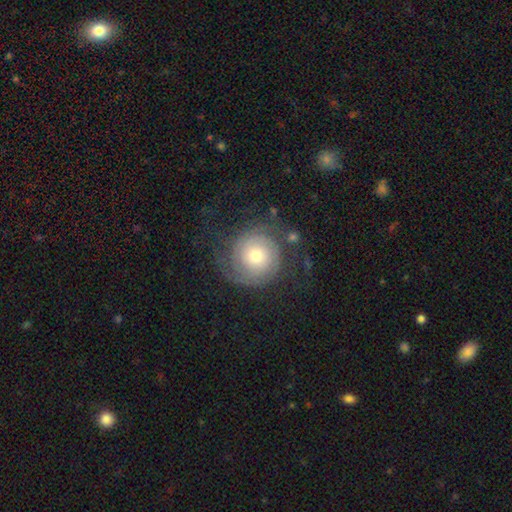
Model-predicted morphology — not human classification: A featured or disk galaxy (69%) with no bar (80%), 2 (63%) tight (58%) spiral arms (91%) and a moderate central bulge (61%).

Vote fractions:
- Smooth or featured? featured or disk: 69% / smooth: 23% / star or artifact: 8%
- Edge-on disk? no: 98% / yes: 2%
- Bar? no: 80% / weak: 17% / strong: 4%
- Spiral arms? yes: 91% / no: 9%
- Spiral winding? tight: 58% / medium: 26% / loose: 15%
- Spiral arm count? 2: 63% / can't tell: 17% / 3: 7% / 1: 7% / 4: 3% / more than 4: 3%
- Bulge size? moderate: 61% / small: 29% / large: 7% / dominant: 2% / none: 1%
- Merging? none: 68% / minor disturbance: 15% / major disturbance: 15% / merger: 2%